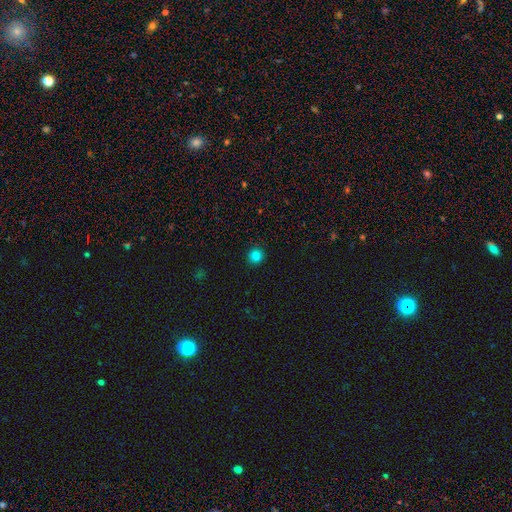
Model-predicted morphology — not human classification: This is clearly a smooth galaxy (84%). How rounded: clearly round (93%). Merging: clearly none (92%).